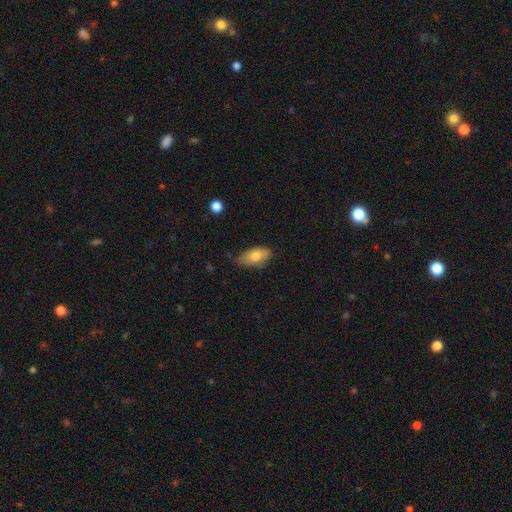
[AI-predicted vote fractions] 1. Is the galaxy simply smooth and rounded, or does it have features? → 76% smooth, 17% featured or disk, 7% star or artifact.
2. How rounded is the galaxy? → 91% in between, 5% cigar-shaped, 4% round.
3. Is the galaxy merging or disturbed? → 60% none, 33% minor disturbance, 5% major disturbance, 2% merger.